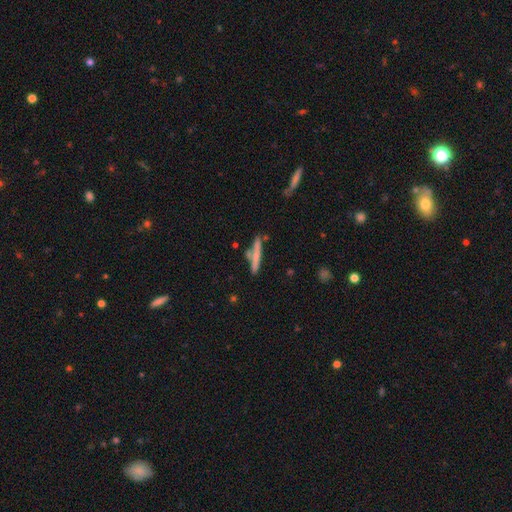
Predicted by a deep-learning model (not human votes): This appears to be a smooth galaxy with no disk features (61%) that is cigar-shaped (93%). Merging: none (71%).